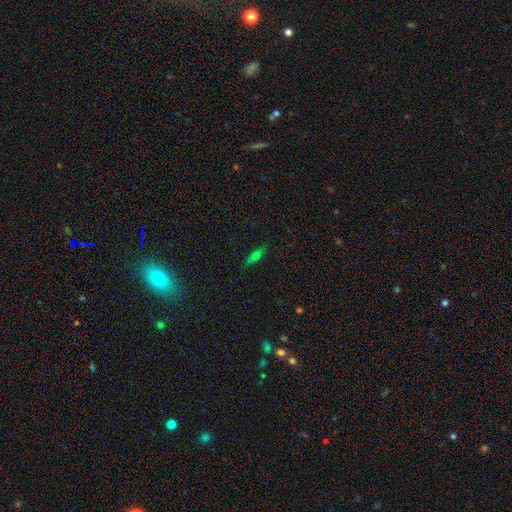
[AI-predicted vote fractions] smooth 62%, featured or disk 26%, star or artifact 12%. Down the decision tree: how rounded — cigar-shaped (50%); merging — none (85%).